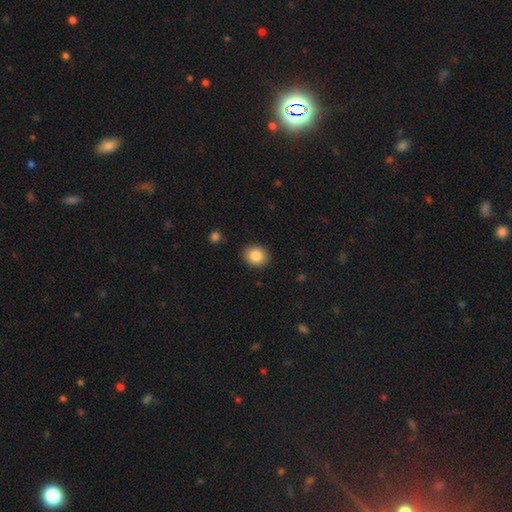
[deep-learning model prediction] Smooth or featured: smooth — 84% (star or artifact — 9%)
How rounded: round — 65% (in between — 35%)
Merging: none — 89% (minor disturbance — 7%)